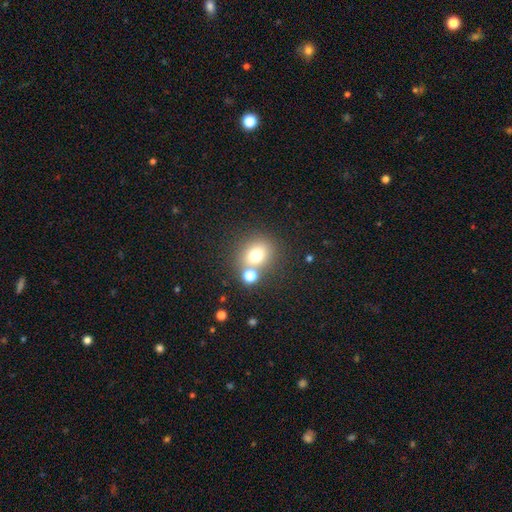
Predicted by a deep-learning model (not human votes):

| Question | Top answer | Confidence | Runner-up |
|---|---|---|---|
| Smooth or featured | smooth | 72% | star or artifact (16%) |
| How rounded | round | 76% | in between (23%) |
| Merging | none | 65% | merger (21%) |